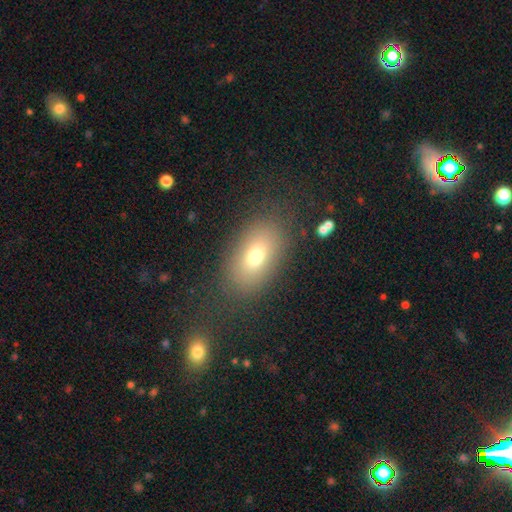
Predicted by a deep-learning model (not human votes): Smooth or featured? Predicted: smooth (p=0.72). How rounded? Predicted: in between (p=0.86). Merging? Predicted: none (p=0.80).